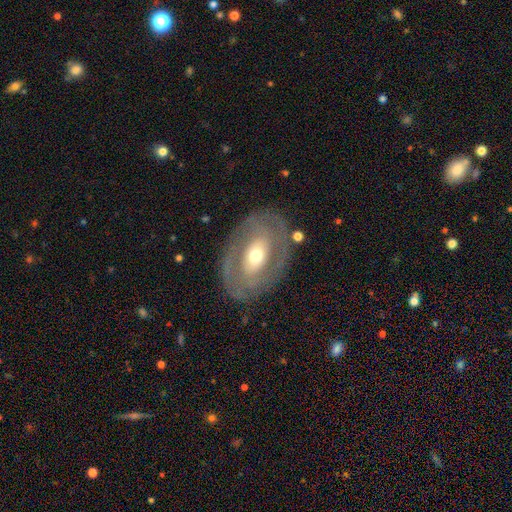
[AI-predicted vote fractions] Smooth or featured? Predicted: featured or disk (p=0.71). Edge-on disk? Predicted: no (p=0.92). Bar? Predicted: no (p=0.36, tied with weak). Spiral arms? Predicted: yes (p=0.56). Bulge size? Predicted: moderate (p=0.62). Merging? Predicted: none (p=0.78).